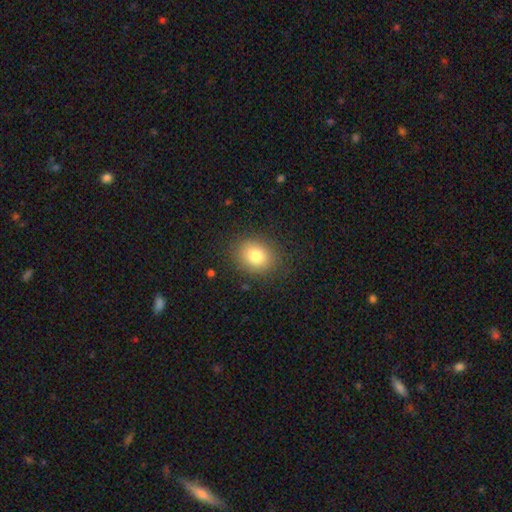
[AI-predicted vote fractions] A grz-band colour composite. It shows a smooth galaxy with no disk features (80%) that is round (57%). Merging: none (85%).